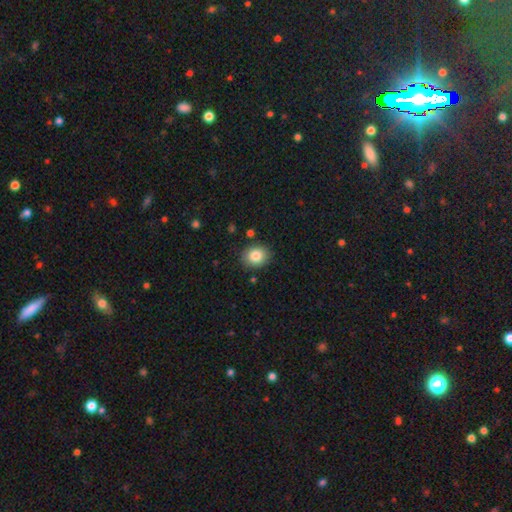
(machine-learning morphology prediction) The model was most divided on "how rounded": round: 61%, in between: 39%, cigar-shaped: 1%. More confident: merging — none (87%); smooth or featured — smooth (84%).